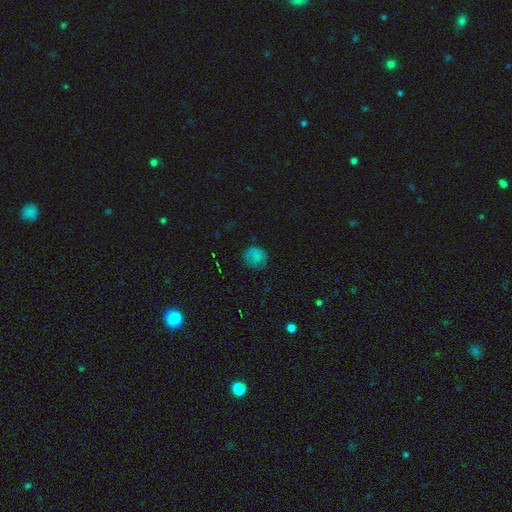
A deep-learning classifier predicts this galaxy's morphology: Smooth or featured?
  - smooth: 78% *
  - star or artifact: 15%
  - featured or disk: 8%
How rounded?
  - round: 84% *
  - in between: 15%
  - cigar-shaped: 1%
Merging?
  - none: 76% *
  - minor disturbance: 18%
  - major disturbance: 5%
  - merger: 1%